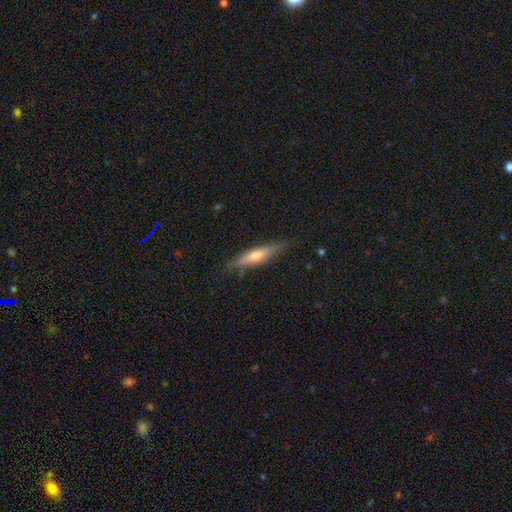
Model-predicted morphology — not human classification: smooth_or_featured: smooth (p=0.47) [tied with: featured or disk p=0.47]
merging: none (p=0.83) [alt: minor disturbance p=0.13]